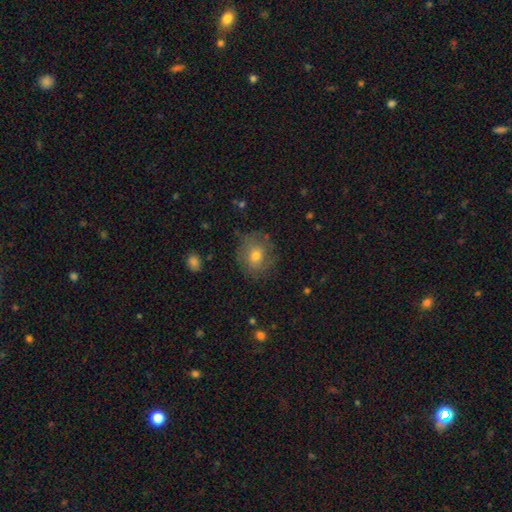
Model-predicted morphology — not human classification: Overall: smooth (65%). How rounded: round (80%). Merging: none (77%).